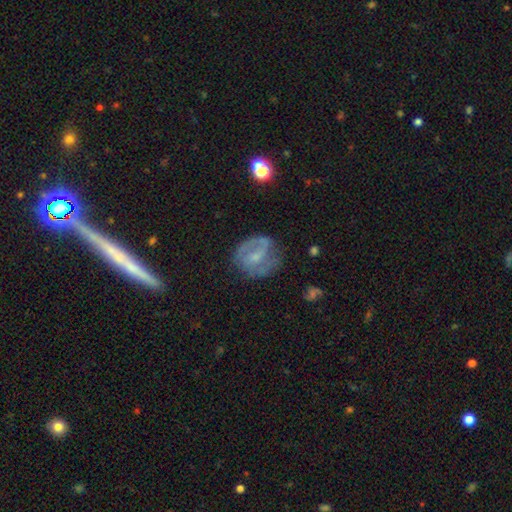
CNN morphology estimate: smooth-or-featured: featured or disk: 61% | smooth: 30% | star or artifact: 9%
  disk-edge-on: no: 96% | yes: 4%
    bar: weak: 47% | no: 35% | strong: 19%
    has-spiral-arms: yes: 68% | no: 32%
    bulge-size: small: 51% | moderate: 28% | none: 18% | large: 2% | dominant: 1%
  merging: none: 57% | minor disturbance: 24% | major disturbance: 16% | merger: 2%